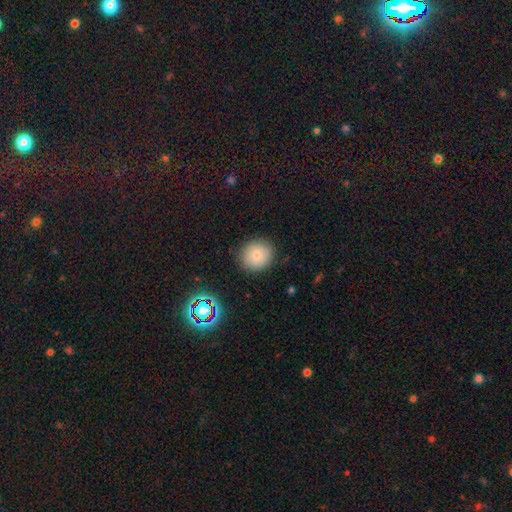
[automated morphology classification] smooth_or_featured: smooth (p=0.81) [alt: star or artifact p=0.11]
how_rounded: round (p=0.83) [alt: in between p=0.16]
merging: none (p=0.87) [alt: minor disturbance p=0.09]